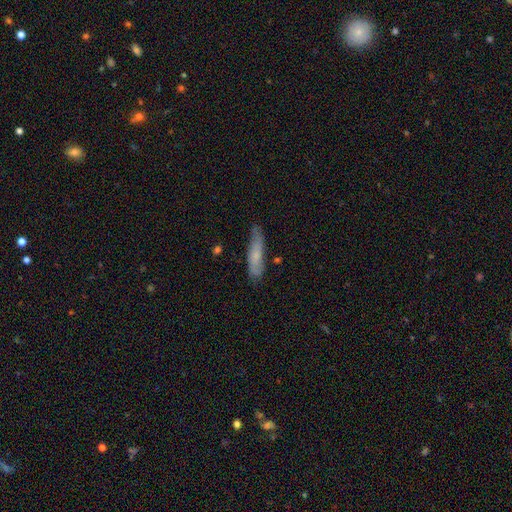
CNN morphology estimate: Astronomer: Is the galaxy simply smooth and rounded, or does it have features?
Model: smooth — 63%.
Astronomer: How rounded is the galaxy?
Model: cigar-shaped — 80%.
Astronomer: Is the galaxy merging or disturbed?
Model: none — 72%.